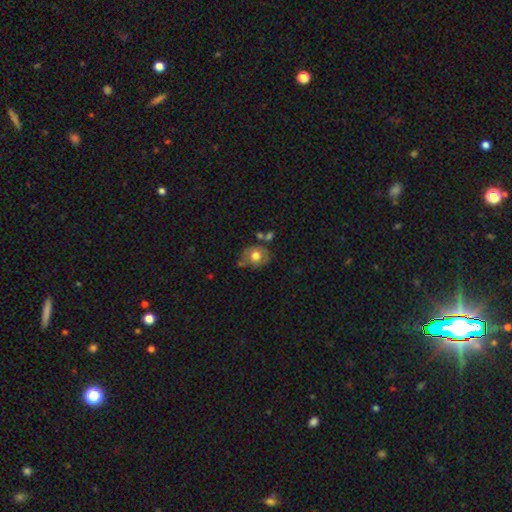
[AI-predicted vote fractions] smooth_or_featured: smooth (p=0.66) [alt: featured or disk p=0.26]
how_rounded: round (p=0.57) [alt: in between p=0.42]
merging: none (p=0.57) [alt: minor disturbance p=0.23]